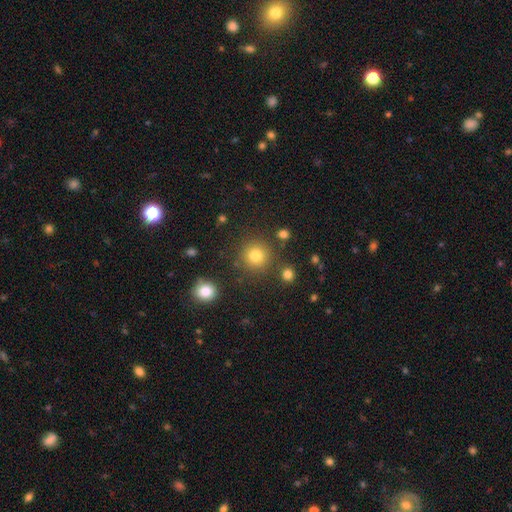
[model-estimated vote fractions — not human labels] smooth_or_featured: smooth (p=0.80) [alt: star or artifact p=0.14]
how_rounded: round (p=0.94) [alt: in between p=0.05]
merging: none (p=0.86) [alt: minor disturbance p=0.07]